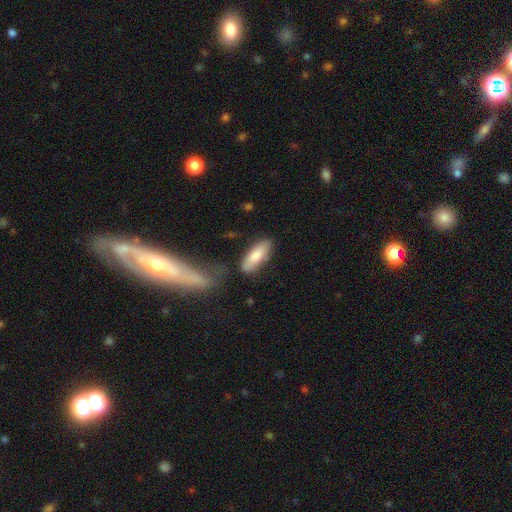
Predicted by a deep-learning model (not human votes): A smooth galaxy with no disk features (78%) that is in between round and cigar-shaped (68%). Merging: none (71%).